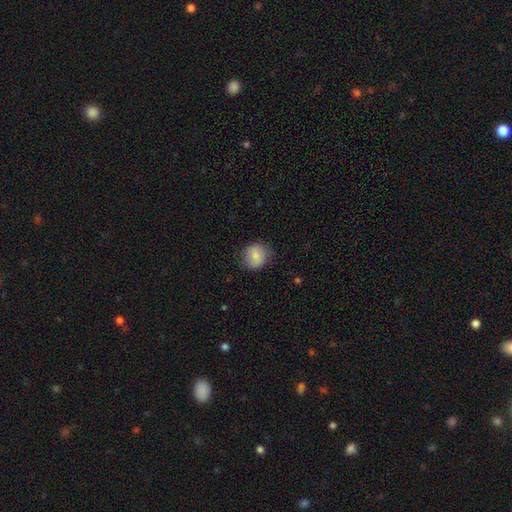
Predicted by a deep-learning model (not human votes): Smooth or featured? smooth (80%)
How rounded? round (82%)
Merging? none (80%)